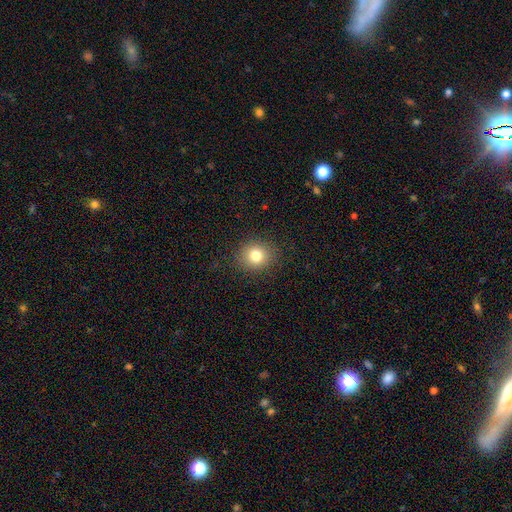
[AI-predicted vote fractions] smooth_or_featured: smooth (p=0.79) [alt: star or artifact p=0.12]
how_rounded: round (p=0.77) [alt: in between p=0.22]
merging: none (p=0.89) [alt: minor disturbance p=0.08]